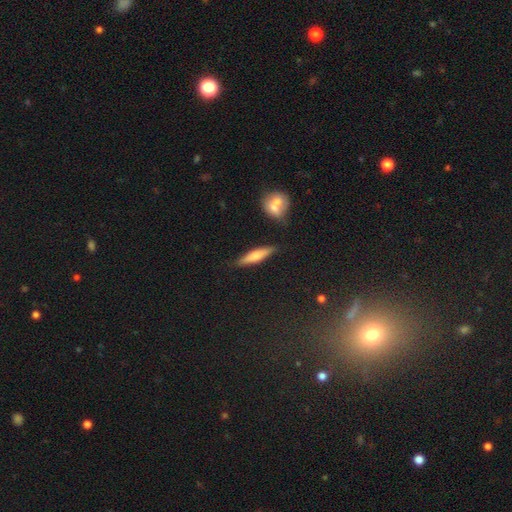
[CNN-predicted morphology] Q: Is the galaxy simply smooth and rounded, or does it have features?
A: smooth — 58%.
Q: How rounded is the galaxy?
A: cigar-shaped — 78%.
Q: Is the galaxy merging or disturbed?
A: none — 82%.